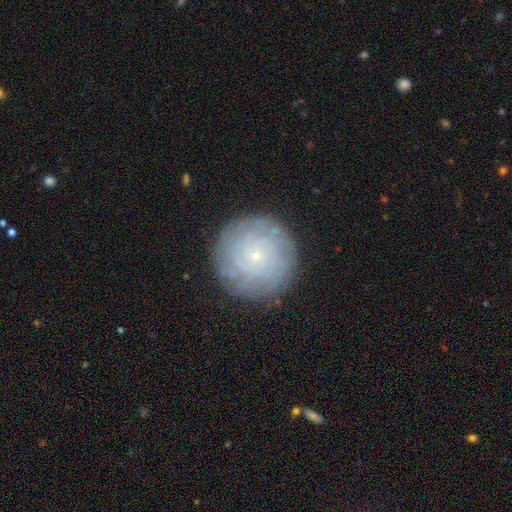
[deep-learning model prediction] This is likely a featured or disk galaxy (66%). It is clearly not viewed edge-on (98%). Bar: clearly no (85%). Spiral arm pattern: clearly yes (89%). Spiral arm count: possibly can't tell (47%). Spiral winding: clearly tight (85%). Central bulge: clearly small (87%). Merging: clearly none (86%).